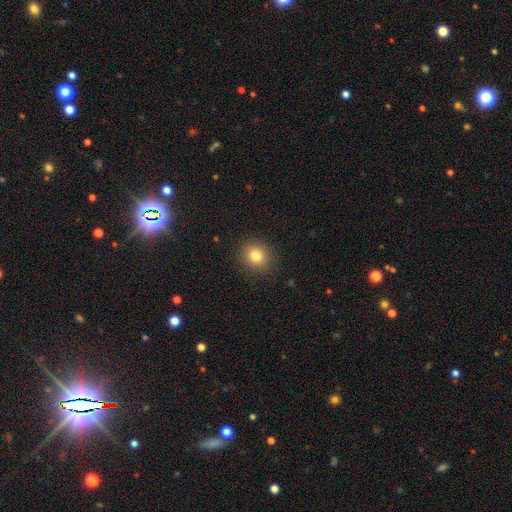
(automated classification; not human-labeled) smooth-or-featured: smooth: 82% | star or artifact: 11% | featured or disk: 7%
  how-rounded: round: 78% | in between: 21% | cigar-shaped: 1%
  merging: none: 90% | minor disturbance: 7% | major disturbance: 2% | merger: 1%